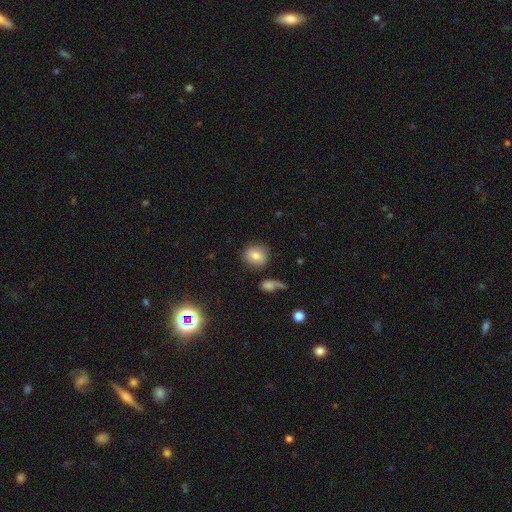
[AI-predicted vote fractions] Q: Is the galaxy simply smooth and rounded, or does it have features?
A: smooth — 77%.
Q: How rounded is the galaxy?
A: round — 74%.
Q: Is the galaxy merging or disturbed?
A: none — 80%.